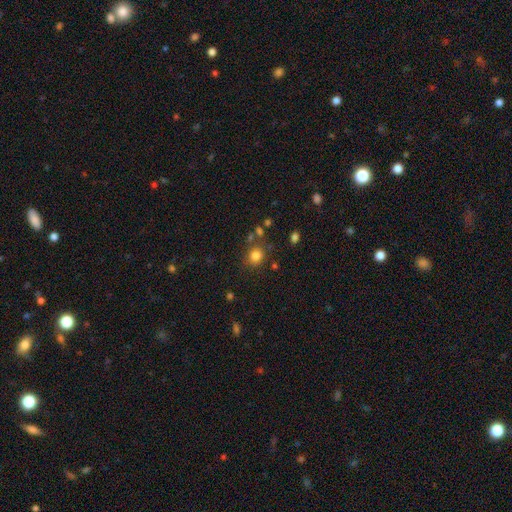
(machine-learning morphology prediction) Smooth or featured?
  - smooth: 80% *
  - star or artifact: 13%
  - featured or disk: 7%
How rounded?
  - round: 73% *
  - in between: 26%
  - cigar-shaped: 1%
Merging?
  - none: 77% *
  - minor disturbance: 12%
  - merger: 7%
  - major disturbance: 5%